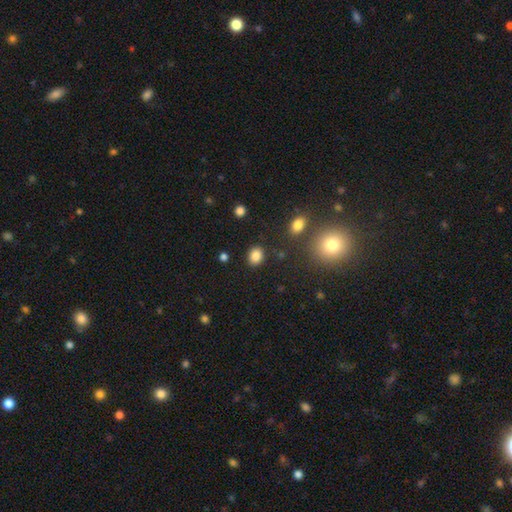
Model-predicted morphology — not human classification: The model was most divided on "how rounded": round: 50%, in between: 49%, cigar-shaped: 1%. More confident: merging — none (86%); smooth or featured — smooth (85%).